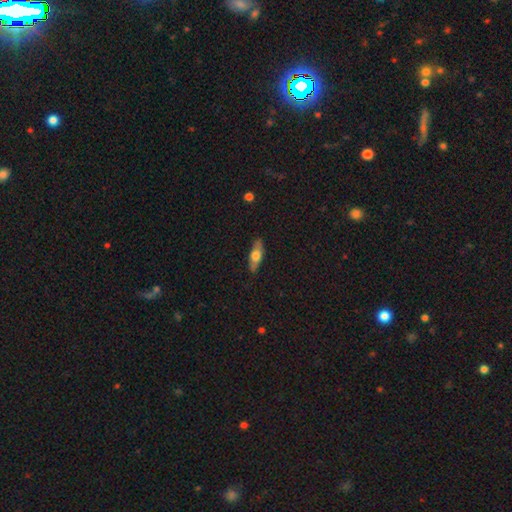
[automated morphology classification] A smooth galaxy with no disk features (56%) that is in between round and cigar-shaped (55%).

Vote fractions:
- Smooth or featured? smooth: 56% / featured or disk: 38% / star or artifact: 6%
- How rounded? in between: 55% / cigar-shaped: 42% / round: 3%
- Merging? none: 85% / minor disturbance: 12% / major disturbance: 2% / merger: 1%